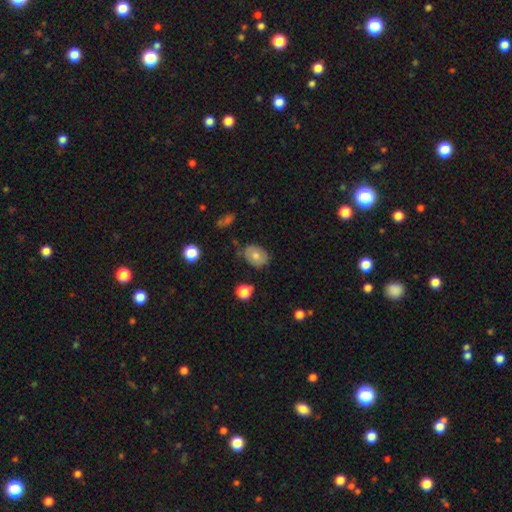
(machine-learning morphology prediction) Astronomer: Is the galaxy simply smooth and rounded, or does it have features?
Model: smooth — 74%.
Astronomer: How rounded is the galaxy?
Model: in between — 69%.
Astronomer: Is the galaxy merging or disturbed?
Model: none — 69%.